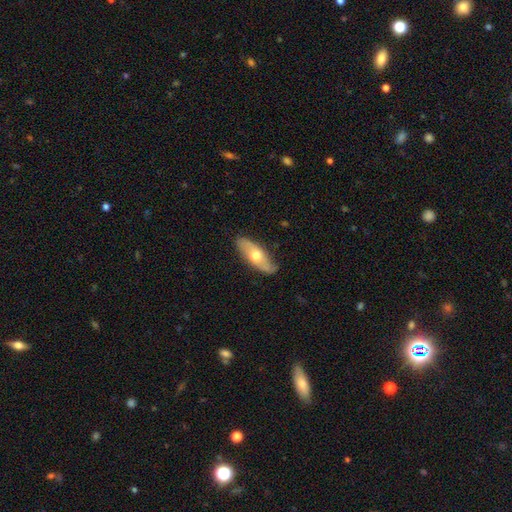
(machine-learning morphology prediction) Overall: smooth (49%; featured or disk 46%). Merging: none (81%).